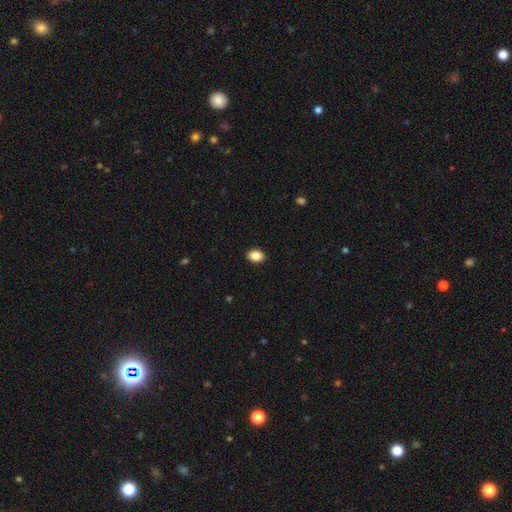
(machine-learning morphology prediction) Smooth or featured? smooth (88%)
How rounded? in between (75%)
Merging? none (91%)